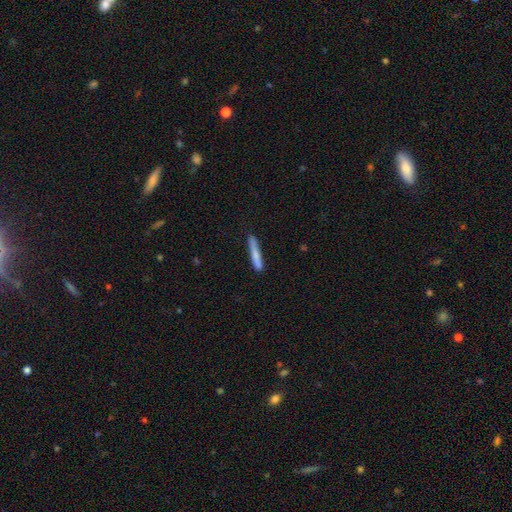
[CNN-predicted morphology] A smooth galaxy with no disk features (77%) that is cigar-shaped (95%). Merging: none (85%).